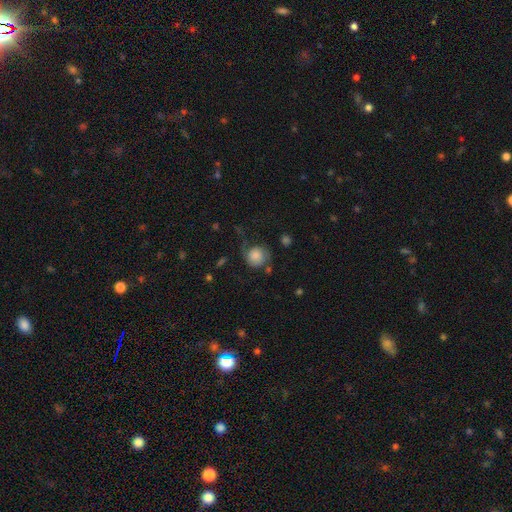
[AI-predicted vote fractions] Smooth or featured? smooth (67%)
How rounded? round (85%)
Merging? none (50%)